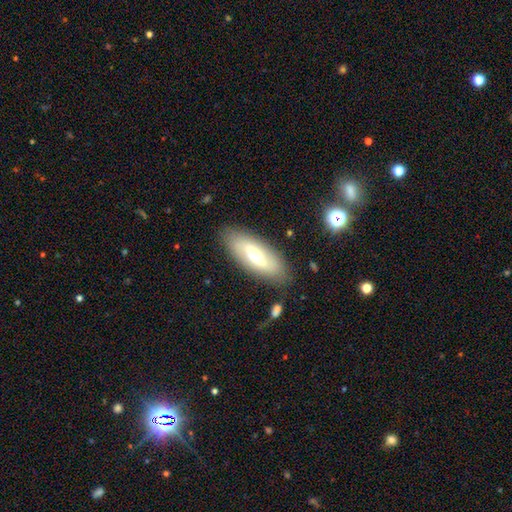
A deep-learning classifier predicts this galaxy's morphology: This appears to be a featured or disk galaxy (48%). Merging: none (83%).